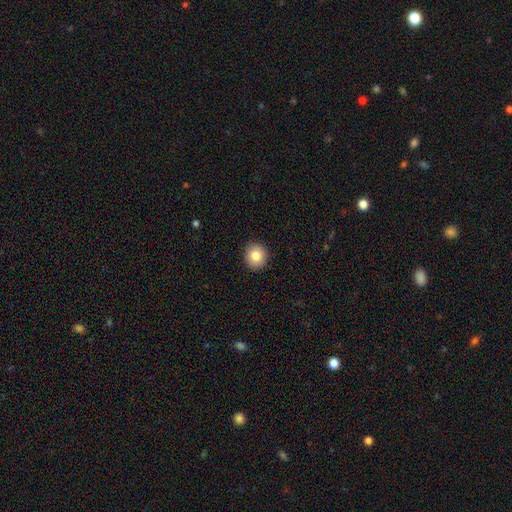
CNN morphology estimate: This is clearly a smooth galaxy (83%). How rounded: clearly round (84%). Merging: clearly none (92%).